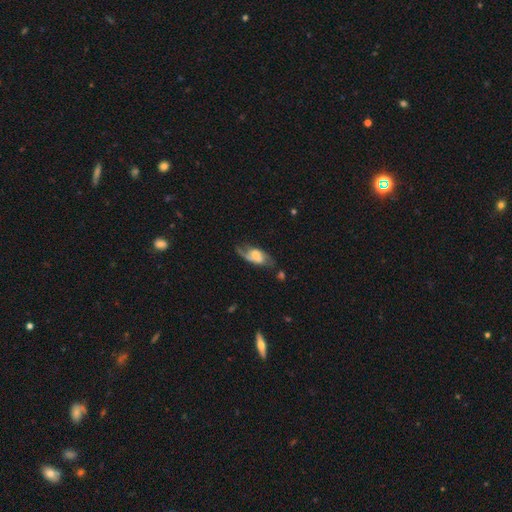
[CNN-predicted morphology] This appears to be a featured or disk galaxy (69%) with no bar (46%), 2 (73%) loose (46%) spiral arms (89%) and a moderate central bulge (35%). Merging: none (55%).